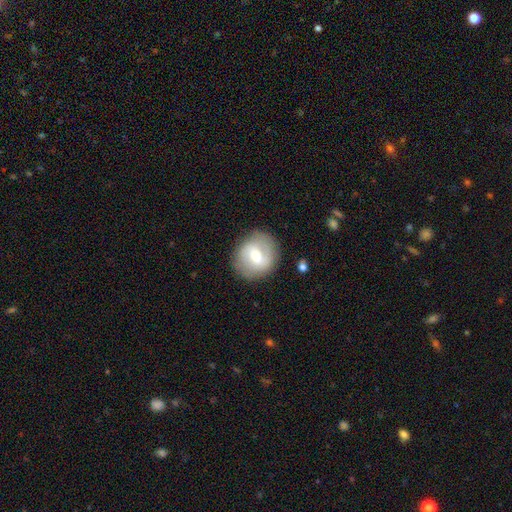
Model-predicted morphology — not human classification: type=featured or disk (47%); merging=none (84%).